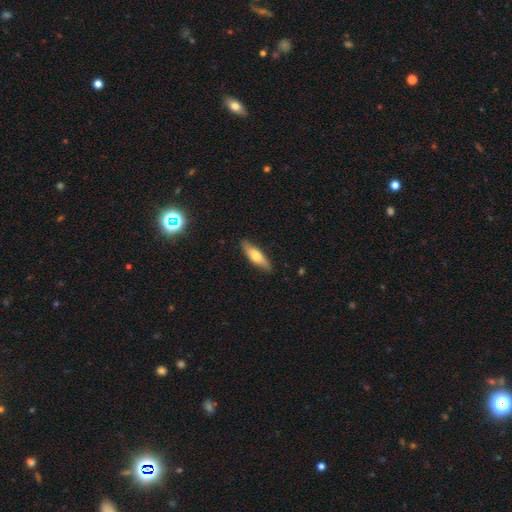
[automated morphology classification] The model was most divided on "smooth or featured": smooth: 59%, featured or disk: 36%, star or artifact: 6%. More confident: merging — none (87%); how rounded — cigar-shaped (61%).